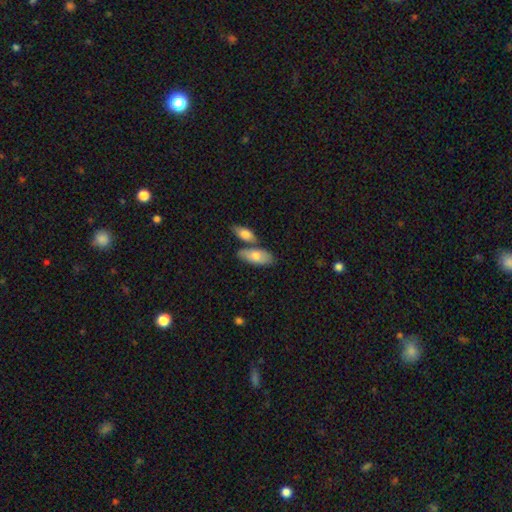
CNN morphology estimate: smooth 72%, featured or disk 23%, star or artifact 5%. Down the decision tree: how rounded — in between (88%); merging — none (54%).